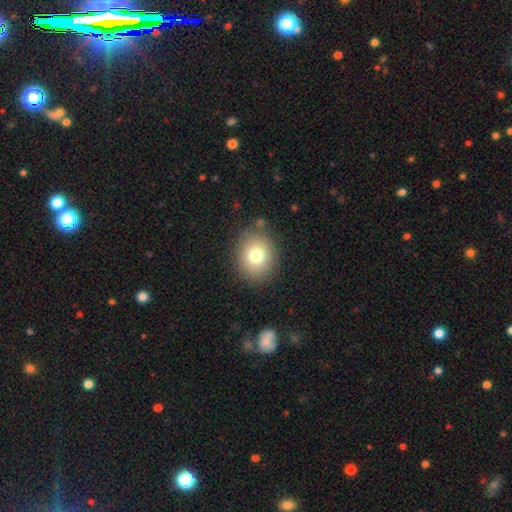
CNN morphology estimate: Smooth or featured?
  - smooth: 77% *
  - featured or disk: 12%
  - star or artifact: 12%
How rounded?
  - round: 74% *
  - in between: 25%
  - cigar-shaped: 1%
Merging?
  - none: 85% *
  - minor disturbance: 9%
  - major disturbance: 3%
  - merger: 2%